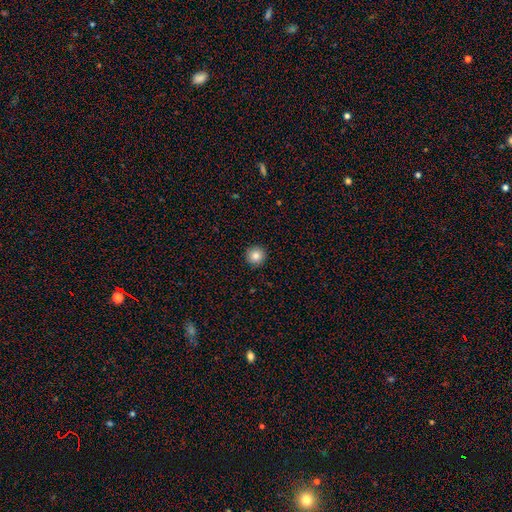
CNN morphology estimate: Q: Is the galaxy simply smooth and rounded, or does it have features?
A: smooth — 84%.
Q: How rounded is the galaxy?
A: round — 96%.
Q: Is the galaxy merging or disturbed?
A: none — 93%.